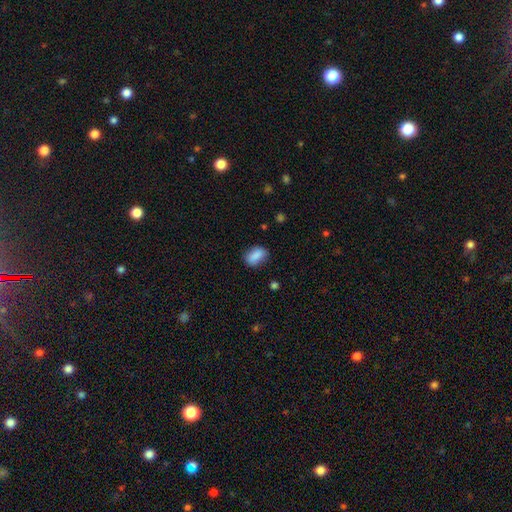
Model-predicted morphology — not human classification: A smooth galaxy with no disk features (86%) that is in between round and cigar-shaped (84%). Merging: none (77%).